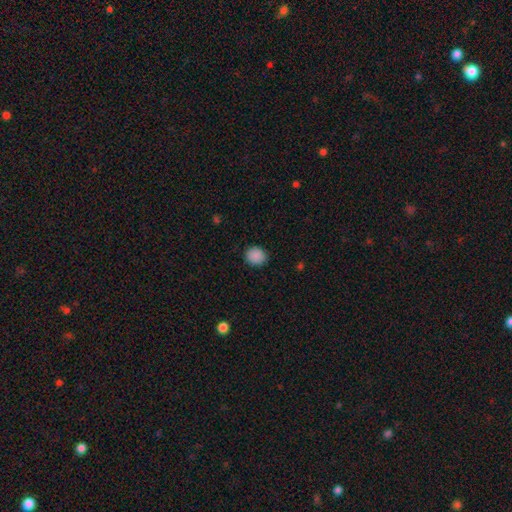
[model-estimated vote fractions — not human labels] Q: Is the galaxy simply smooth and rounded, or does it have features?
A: smooth — 89%.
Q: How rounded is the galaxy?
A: round — 75%.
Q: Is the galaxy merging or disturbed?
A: none — 88%.